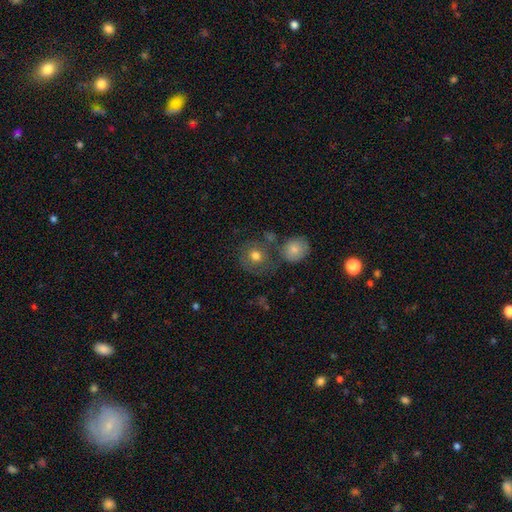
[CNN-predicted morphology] smooth 72%, featured or disk 17%, star or artifact 10%. Down the decision tree: how rounded — round (84%); merging — none (59%).